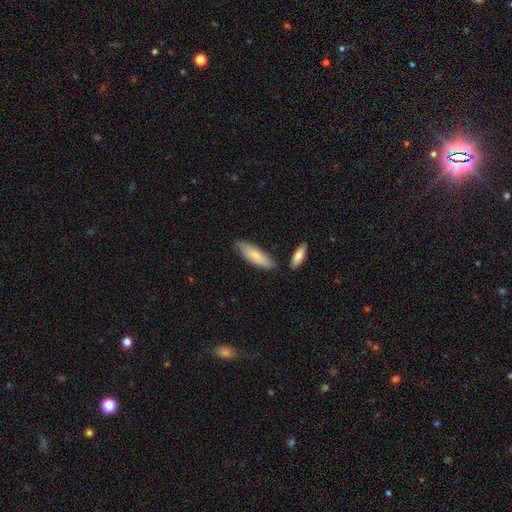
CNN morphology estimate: The model was most divided on "how rounded": in between: 52%, cigar-shaped: 47%, round: 1%. More confident: smooth or featured — smooth (77%); merging — none (72%).